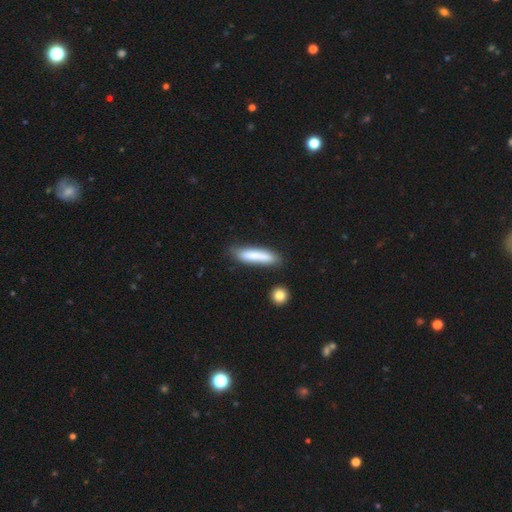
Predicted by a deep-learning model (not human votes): smooth_or_featured: smooth (p=0.78) [alt: featured or disk p=0.16]
how_rounded: cigar-shaped (p=0.82) [alt: in between p=0.17]
merging: none (p=0.73) [alt: minor disturbance p=0.18]